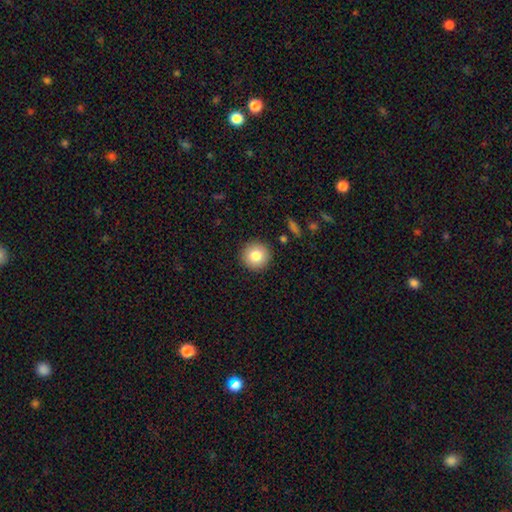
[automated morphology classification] This is clearly a smooth galaxy (82%). How rounded: clearly round (95%). Merging: clearly none (91%).